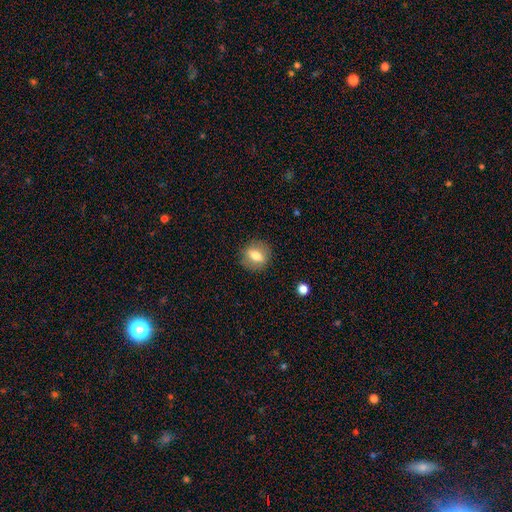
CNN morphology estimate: type=smooth (67%); roundness=round (57%); merging=none (85%).